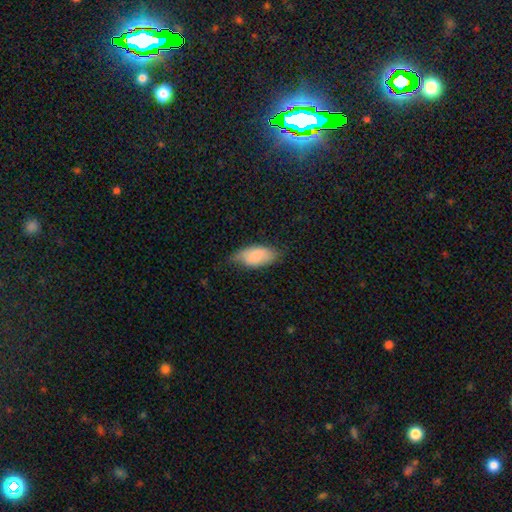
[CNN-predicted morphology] Overall: smooth (78%). How rounded: in between (92%). Merging: none (63%; minor disturbance 30%).